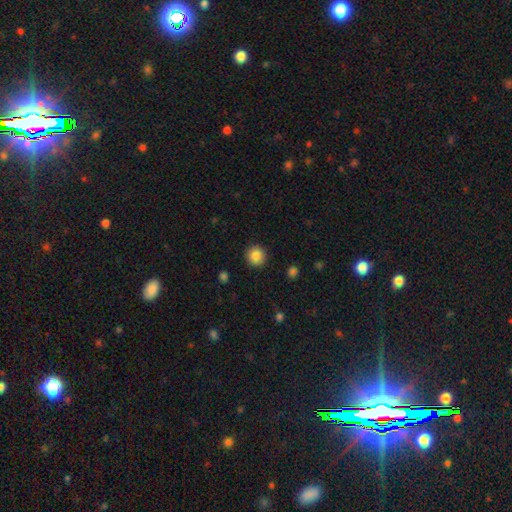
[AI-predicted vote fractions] A smooth galaxy with no disk features (86%) that is round (94%). Merging: none (92%).